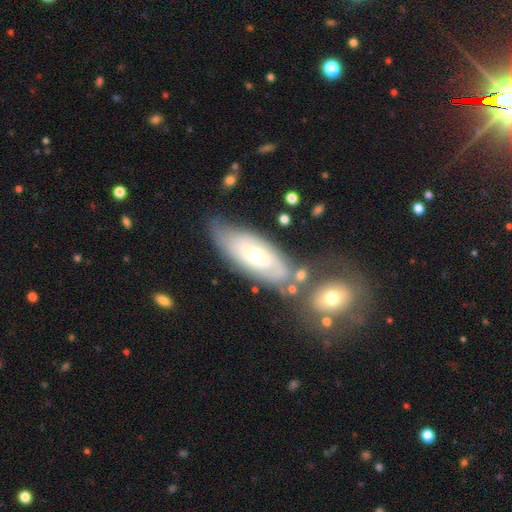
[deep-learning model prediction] This appears to be a featured or disk galaxy (61%) with no bar (80%), spiral arms (71%) and a moderate central bulge (60%). Merging: none (60%).